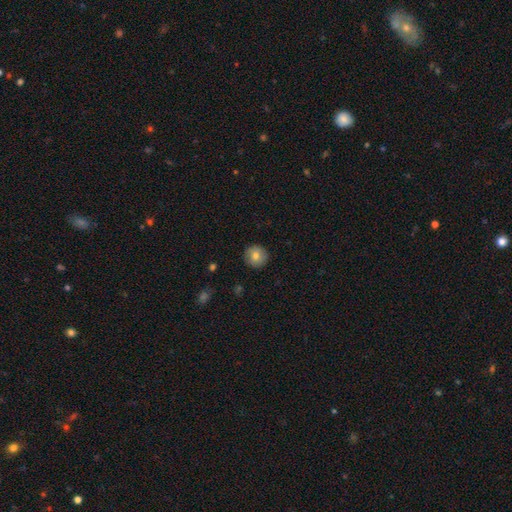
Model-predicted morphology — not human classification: smooth 77%, featured or disk 15%, star or artifact 9%. Down the decision tree: how rounded — round (95%); merging — none (91%).